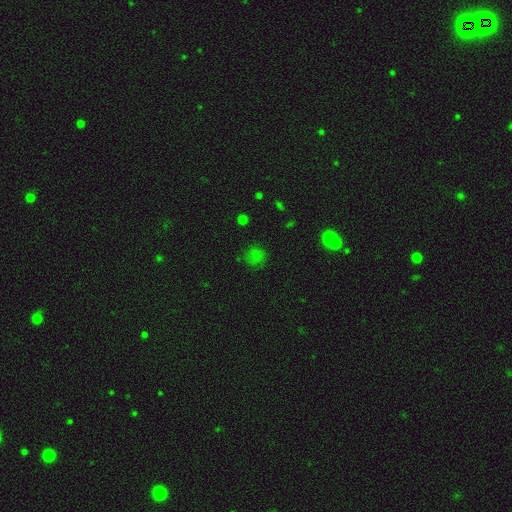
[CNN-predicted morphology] This is likely a smooth galaxy (68%). How rounded: clearly round (85%). Merging: likely none (75%).